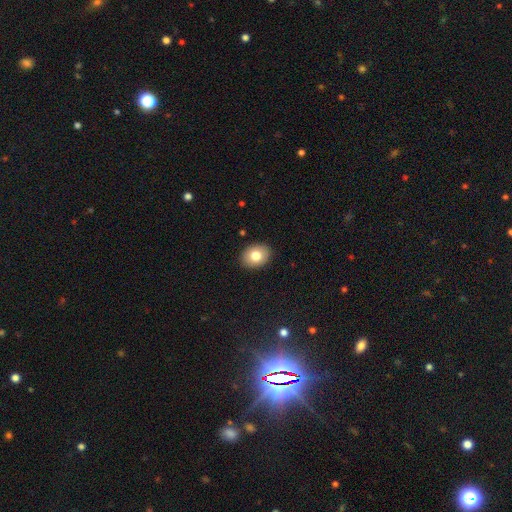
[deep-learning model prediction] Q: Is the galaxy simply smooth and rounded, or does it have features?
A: smooth — 79%.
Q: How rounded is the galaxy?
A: in between — 62%.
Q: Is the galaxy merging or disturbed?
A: none — 90%.